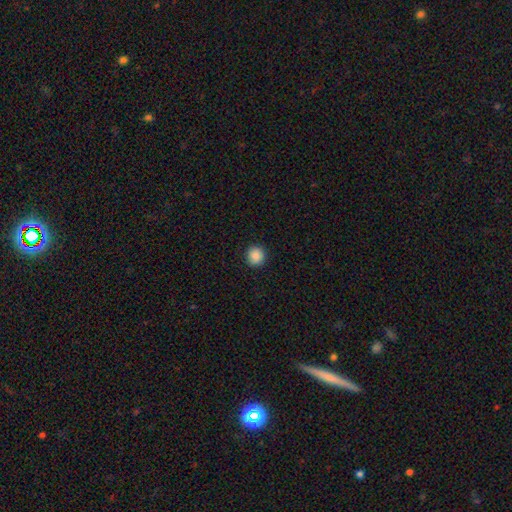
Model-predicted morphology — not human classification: smooth_or_featured: smooth (p=0.88) [alt: star or artifact p=0.09]
how_rounded: round (p=0.92) [alt: in between p=0.07]
merging: none (p=0.92) [alt: minor disturbance p=0.05]